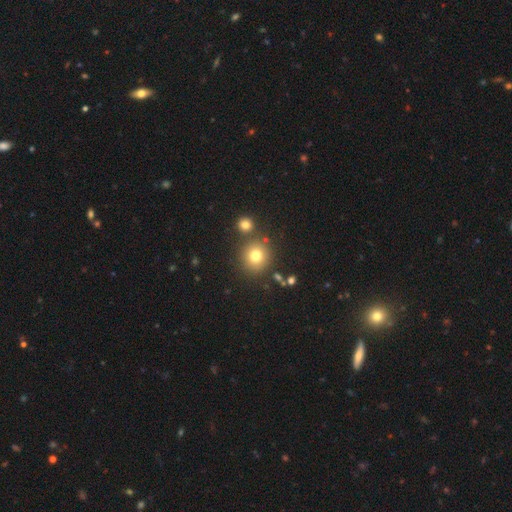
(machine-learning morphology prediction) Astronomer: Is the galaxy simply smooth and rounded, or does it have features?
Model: smooth — 77%.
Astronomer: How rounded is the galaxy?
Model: round — 92%.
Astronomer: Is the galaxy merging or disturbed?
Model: none — 81%.